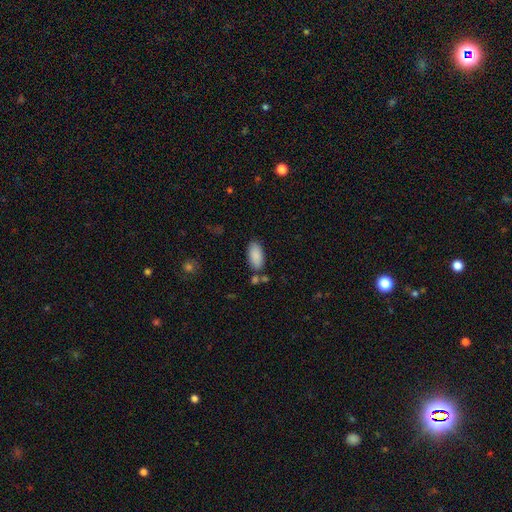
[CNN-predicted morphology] smooth 89%, star or artifact 6%, featured or disk 5%. Down the decision tree: how rounded — in between (93%); merging — none (78%).